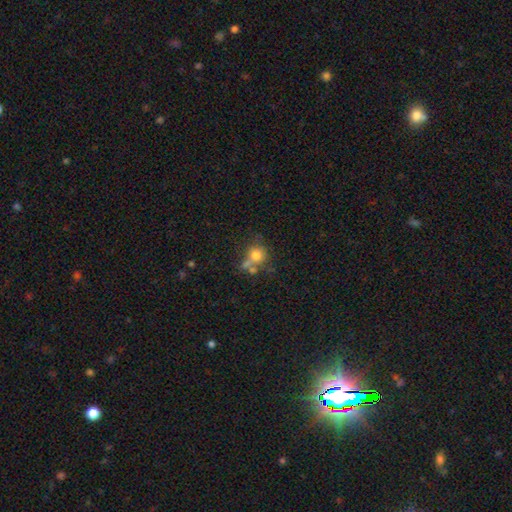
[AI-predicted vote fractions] Smooth or featured? Predicted: smooth (p=0.73). How rounded? Predicted: round (p=0.83). Merging? Predicted: none (p=0.44).